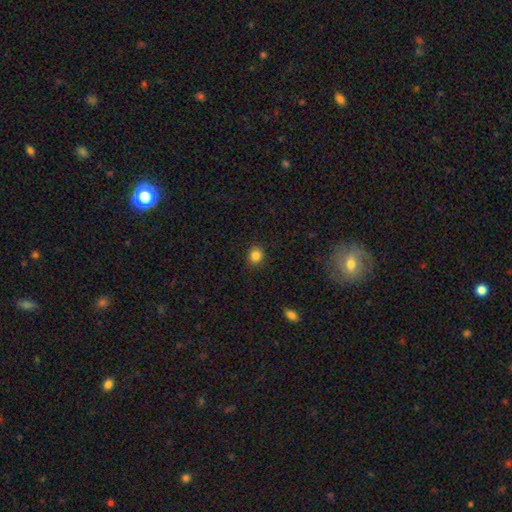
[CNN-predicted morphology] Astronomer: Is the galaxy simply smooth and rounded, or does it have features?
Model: smooth — 84%.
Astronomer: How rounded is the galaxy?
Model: round — 81%.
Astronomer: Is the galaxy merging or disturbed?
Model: none — 89%.